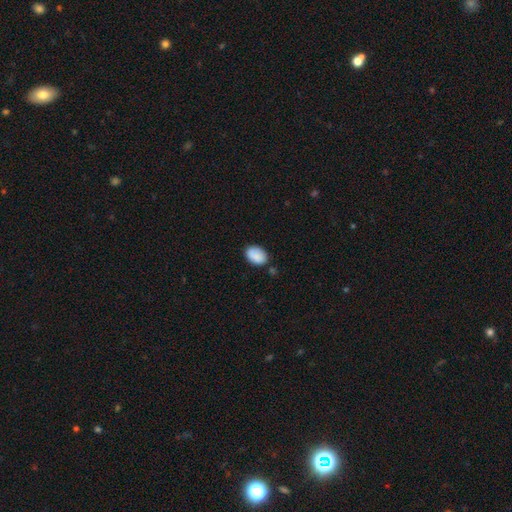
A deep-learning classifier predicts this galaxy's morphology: This appears to be a smooth galaxy with no disk features (89%) that is in between round and cigar-shaped (84%). Merging: none (79%).